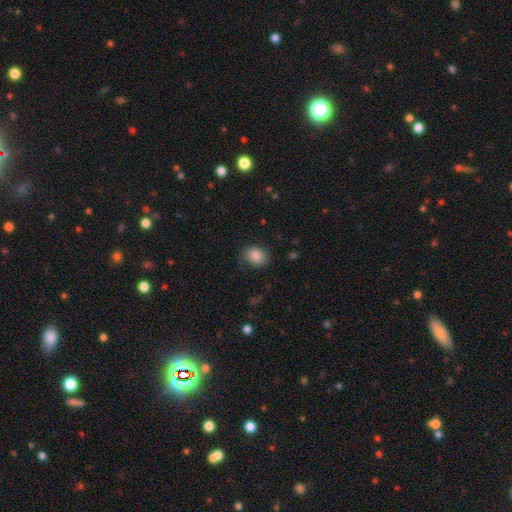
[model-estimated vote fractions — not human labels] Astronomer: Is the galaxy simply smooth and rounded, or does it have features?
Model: smooth — 84%.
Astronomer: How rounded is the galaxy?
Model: round — 55% (runner-up: in between, 44%).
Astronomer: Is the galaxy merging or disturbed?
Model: none — 73%.